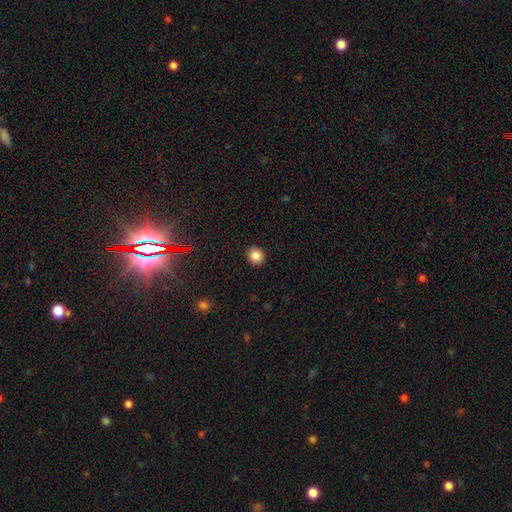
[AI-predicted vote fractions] Q: Smooth or featured?
A: smooth (84%); runner-up: star or artifact (11%)
Q: How rounded?
A: round (83%); runner-up: in between (16%)
Q: Merging?
A: none (92%); runner-up: minor disturbance (5%)